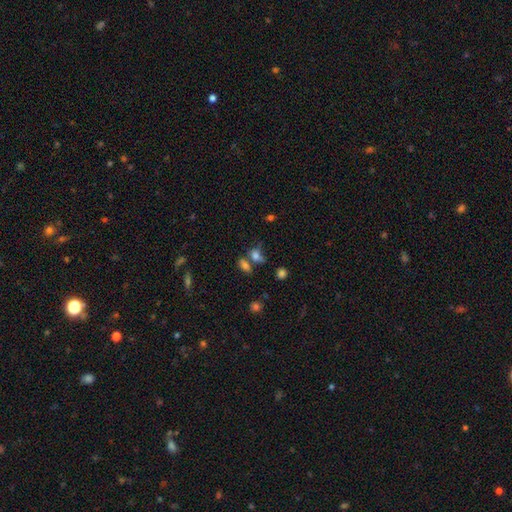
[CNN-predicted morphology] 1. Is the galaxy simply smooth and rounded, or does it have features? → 72% smooth, 15% star or artifact, 12% featured or disk.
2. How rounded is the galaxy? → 71% in between, 23% round, 6% cigar-shaped.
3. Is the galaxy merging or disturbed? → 44% none, 30% merger, 17% minor disturbance, 9% major disturbance.